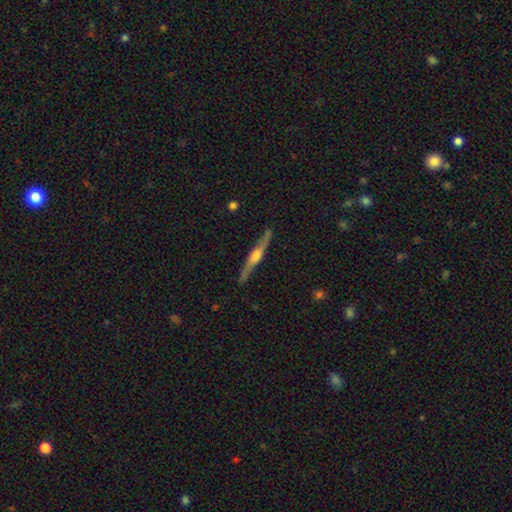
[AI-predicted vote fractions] smooth-or-featured: featured or disk: 74% | smooth: 21% | star or artifact: 5%
  disk-edge-on: yes: 96% | no: 4%
    edge-on-bulge: rounded: 86% | boxy: 8% | none: 5%
  merging: none: 87% | minor disturbance: 10% | major disturbance: 2% | merger: 1%